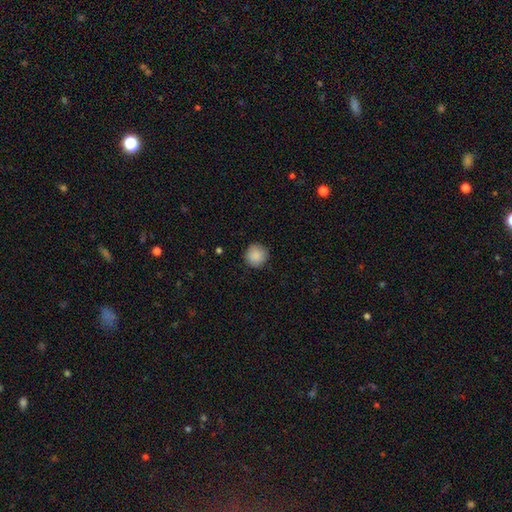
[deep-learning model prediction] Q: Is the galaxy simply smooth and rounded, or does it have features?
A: smooth — 89%.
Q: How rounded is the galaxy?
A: round — 95%.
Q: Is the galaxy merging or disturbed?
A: none — 89%.